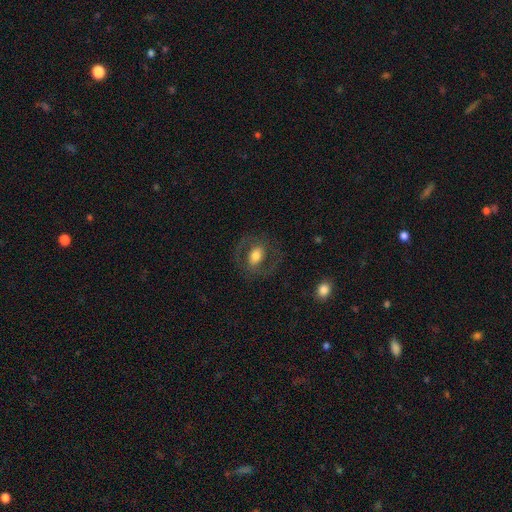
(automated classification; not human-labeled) Smooth or featured? Predicted: smooth (p=0.49). Merging? Predicted: none (p=0.72).